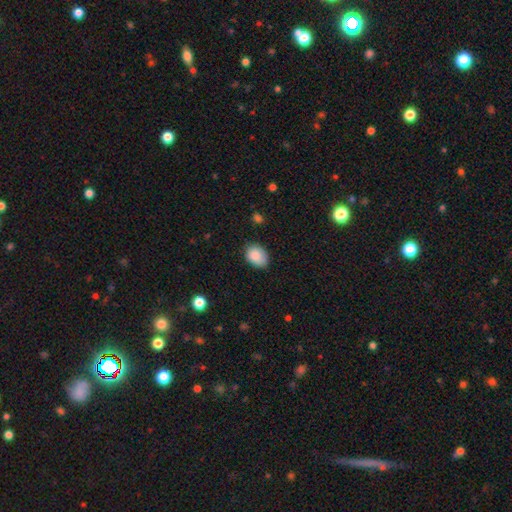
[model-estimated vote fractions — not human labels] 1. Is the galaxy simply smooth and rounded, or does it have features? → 87% smooth, 8% star or artifact, 5% featured or disk.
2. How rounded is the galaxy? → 68% in between, 31% round, 1% cigar-shaped.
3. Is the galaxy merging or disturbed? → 74% none, 21% minor disturbance, 3% major disturbance, 1% merger.